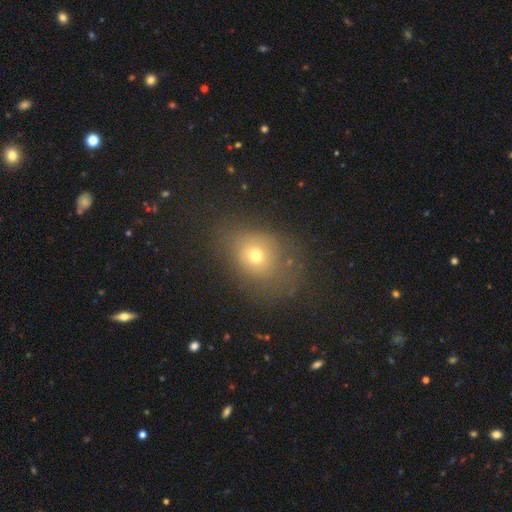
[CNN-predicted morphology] smooth_or_featured: smooth (p=0.66) [alt: star or artifact p=0.19]
how_rounded: round (p=0.58) [alt: in between p=0.41]
merging: none (p=0.62) [alt: minor disturbance p=0.21]